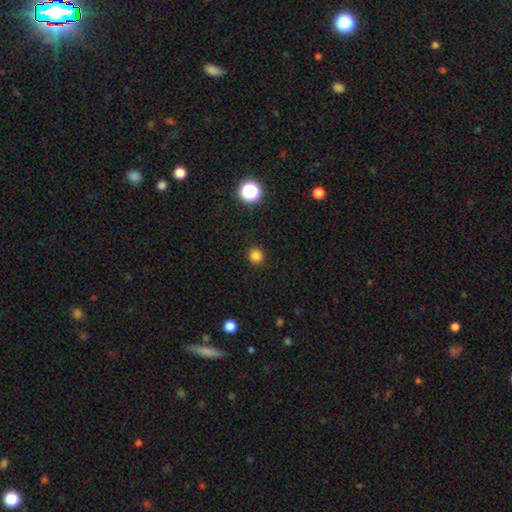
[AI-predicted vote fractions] smooth-or-featured: smooth: 83% | star or artifact: 14% | featured or disk: 3%
  how-rounded: round: 90% | in between: 9% | cigar-shaped: 1%
  merging: none: 90% | minor disturbance: 6% | major disturbance: 2% | merger: 1%